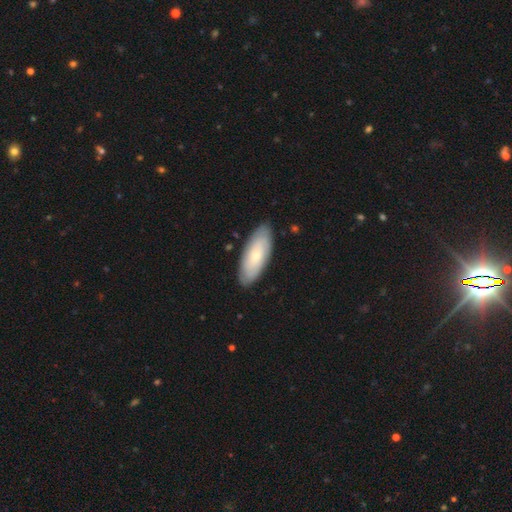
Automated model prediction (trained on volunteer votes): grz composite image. It shows a smooth galaxy with no disk features (60%) that is in between round and cigar-shaped (79%). Merging: none (86%).